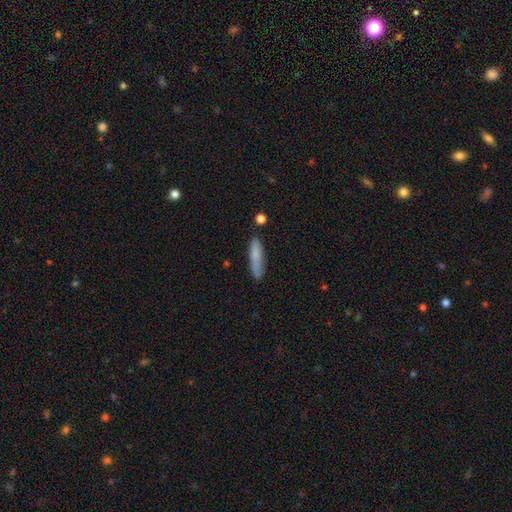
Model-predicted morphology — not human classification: This is likely a smooth galaxy (79%). How rounded: clearly cigar-shaped (83%). Merging: likely none (77%).